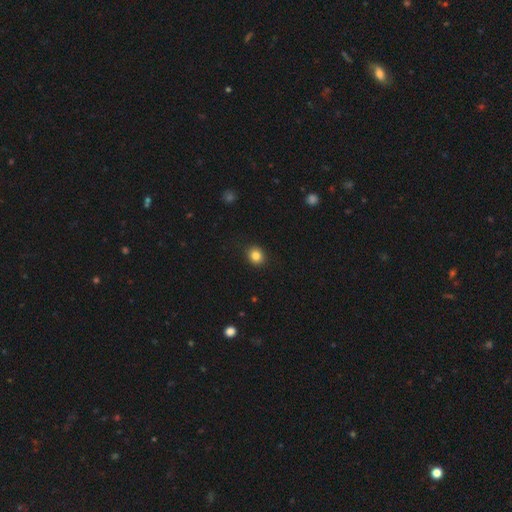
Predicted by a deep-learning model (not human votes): A smooth galaxy with no disk features (84%) that is round (74%).

Vote fractions:
- Smooth or featured? smooth: 84% / star or artifact: 11% / featured or disk: 5%
- How rounded? round: 74% / in between: 25% / cigar-shaped: 1%
- Merging? none: 90% / minor disturbance: 7% / major disturbance: 2% / merger: 1%